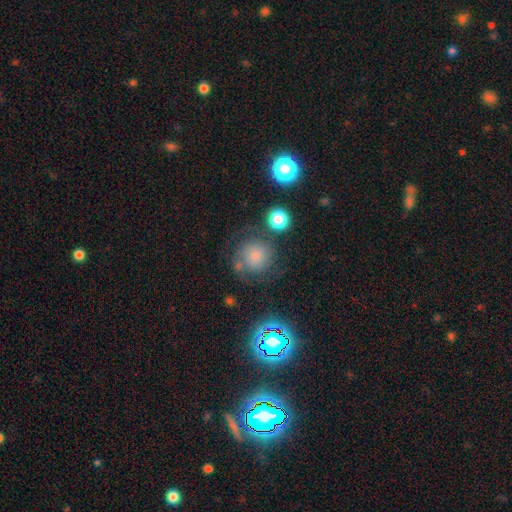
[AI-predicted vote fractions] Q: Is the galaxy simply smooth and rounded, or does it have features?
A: smooth — 60%.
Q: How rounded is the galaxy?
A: round — 89%.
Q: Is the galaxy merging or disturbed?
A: none — 62%.